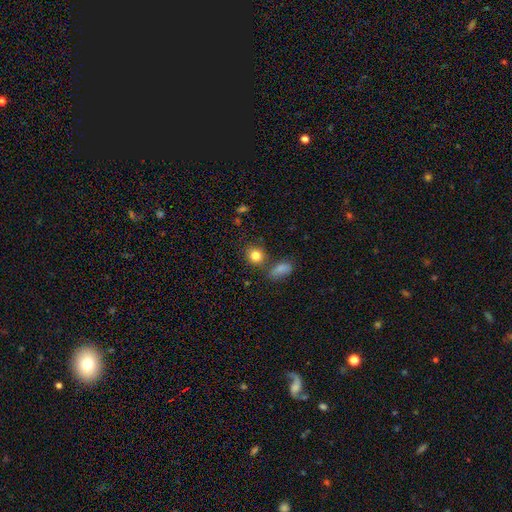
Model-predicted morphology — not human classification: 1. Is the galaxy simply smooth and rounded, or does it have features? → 83% smooth, 10% star or artifact, 7% featured or disk.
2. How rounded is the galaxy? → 74% round, 24% in between, 1% cigar-shaped.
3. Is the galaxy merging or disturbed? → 73% none, 12% merger, 12% minor disturbance, 4% major disturbance.